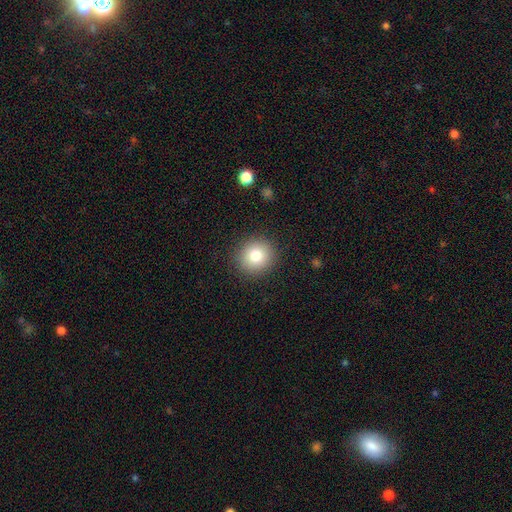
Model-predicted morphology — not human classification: Overall: smooth (80%). How rounded: round (90%). Merging: none (90%).